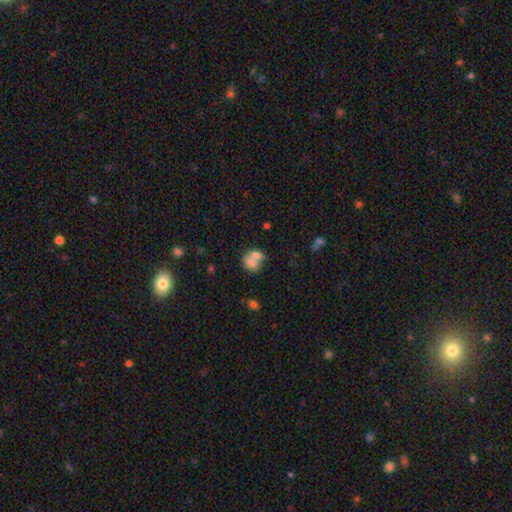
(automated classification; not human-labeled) A smooth galaxy with no disk features (73%) that is in between round and cigar-shaped (61%).

Vote fractions:
- Smooth or featured? smooth: 73% / featured or disk: 17% / star or artifact: 9%
- How rounded? in between: 61% / round: 38% / cigar-shaped: 2%
- Merging? merger: 64% / none: 23% / minor disturbance: 8% / major disturbance: 5%